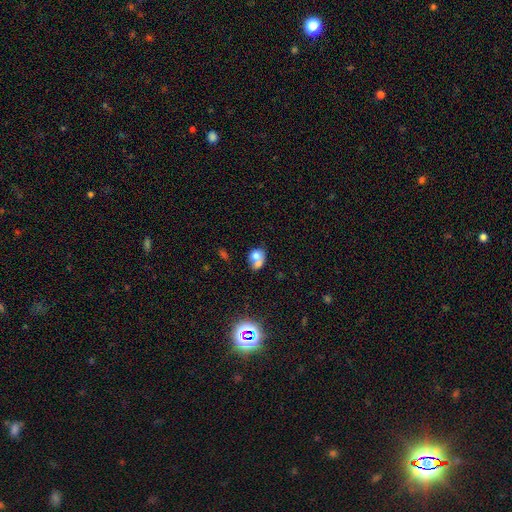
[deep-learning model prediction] smooth-or-featured: smooth: 67% | featured or disk: 22% | star or artifact: 12%
  how-rounded: round: 53% | in between: 46% | cigar-shaped: 1%
  merging: merger: 62% | none: 23% | minor disturbance: 9% | major disturbance: 5%